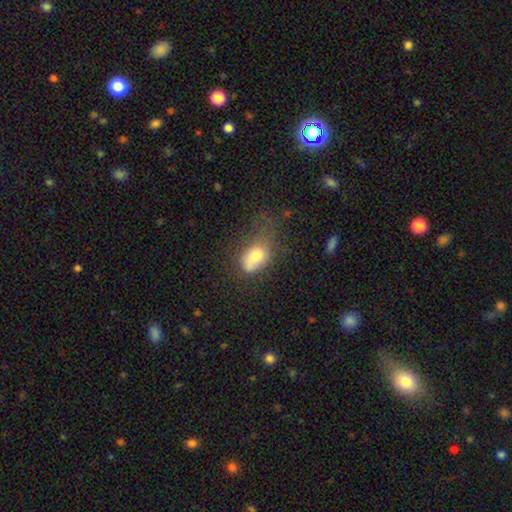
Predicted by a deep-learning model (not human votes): smooth 72%, featured or disk 19%, star or artifact 10%. Down the decision tree: how rounded — in between (83%); merging — major disturbance (34%).